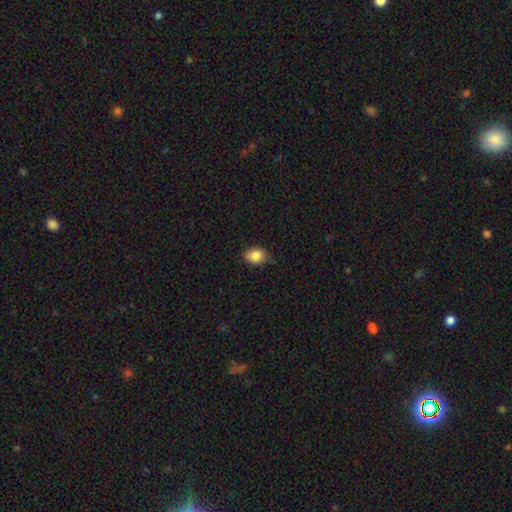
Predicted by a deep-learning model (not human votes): Smooth or featured? Predicted: smooth (p=0.84). How rounded? Predicted: in between (p=0.67). Merging? Predicted: none (p=0.72).